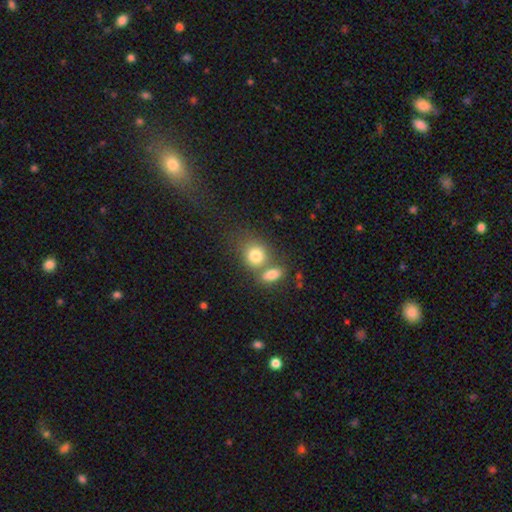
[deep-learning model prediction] Q: Smooth or featured?
A: smooth (80%); runner-up: featured or disk (11%)
Q: How rounded?
A: round (60%); runner-up: in between (38%)
Q: Merging?
A: merger (43%); runner-up: none (41%)